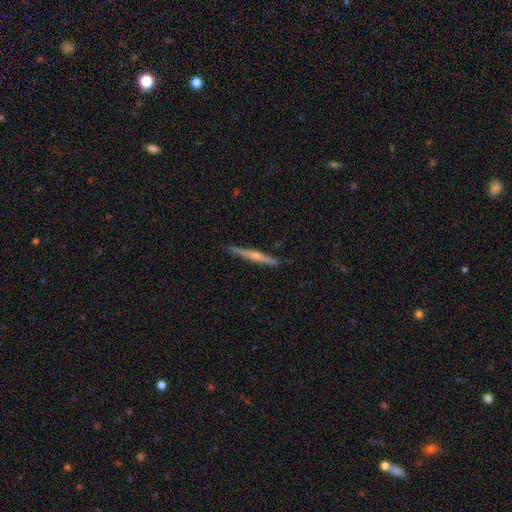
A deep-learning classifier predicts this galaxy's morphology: type=featured or disk (66%); edge-on=yes (98%); edge-on bulge=rounded (66%); merging=none (90%).